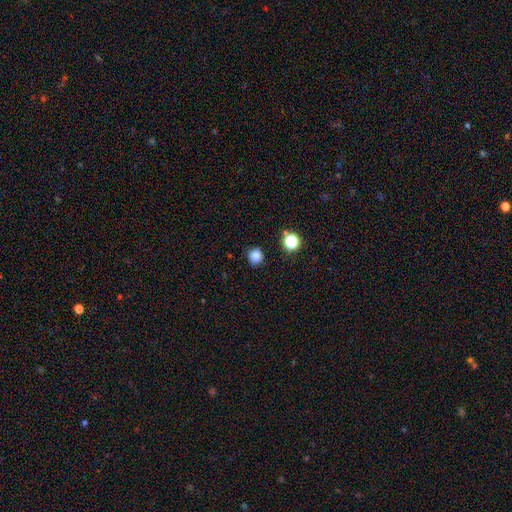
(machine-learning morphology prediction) smooth 82%, star or artifact 14%, featured or disk 4%. Down the decision tree: how rounded — round (90%); merging — none (87%).